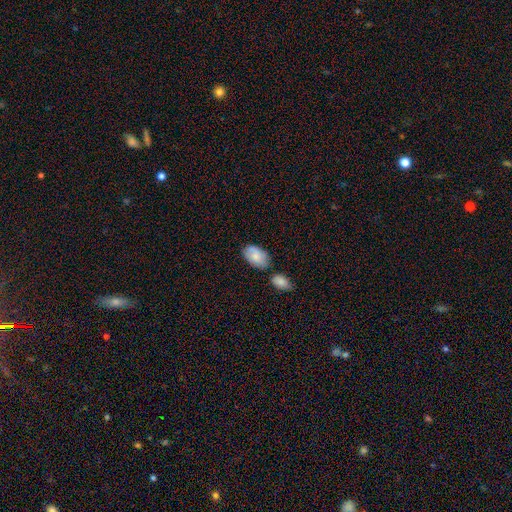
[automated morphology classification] Smooth or featured: smooth — 78% (featured or disk — 16%)
How rounded: in between — 92% (round — 6%)
Merging: none — 62% (minor disturbance — 21%)